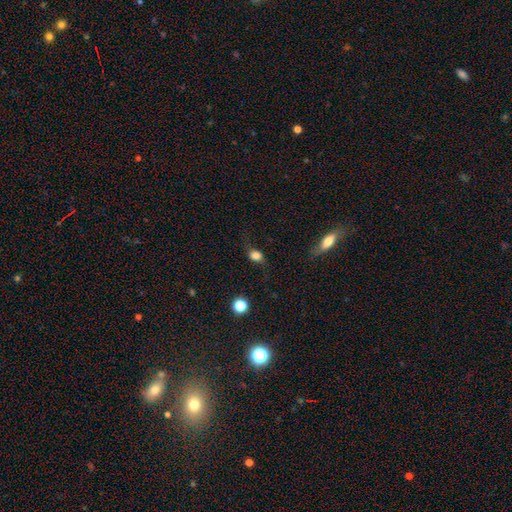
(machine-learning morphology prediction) smooth_or_featured: smooth (p=0.78) [alt: star or artifact p=0.11]
how_rounded: in between (p=0.60) [alt: round p=0.37]
merging: none (p=0.62) [alt: minor disturbance p=0.22]